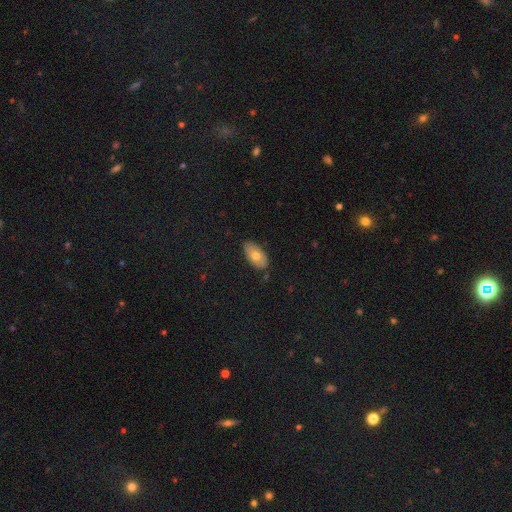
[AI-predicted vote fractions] smooth 68%, featured or disk 25%, star or artifact 7%. Down the decision tree: how rounded — in between (93%); merging — none (82%).